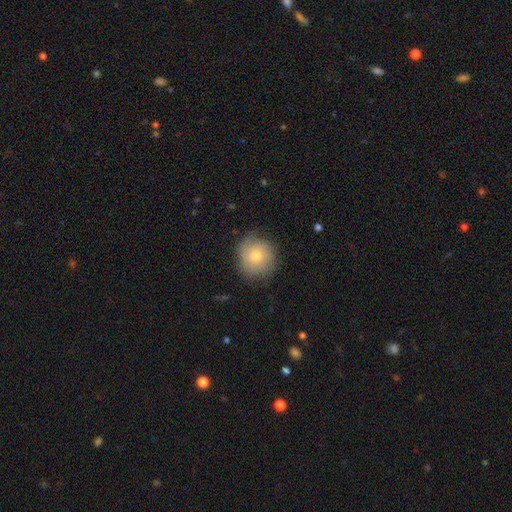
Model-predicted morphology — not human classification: Q: Smooth or featured?
A: smooth (66%); runner-up: featured or disk (25%)
Q: How rounded?
A: round (89%); runner-up: in between (10%)
Q: Merging?
A: none (76%); runner-up: minor disturbance (18%)